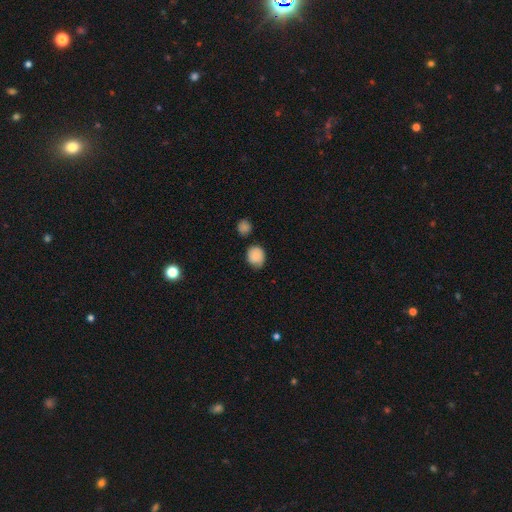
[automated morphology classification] Smooth or featured? Predicted: smooth (p=0.82). How rounded? Predicted: round (p=0.64). Merging? Predicted: none (p=0.65).